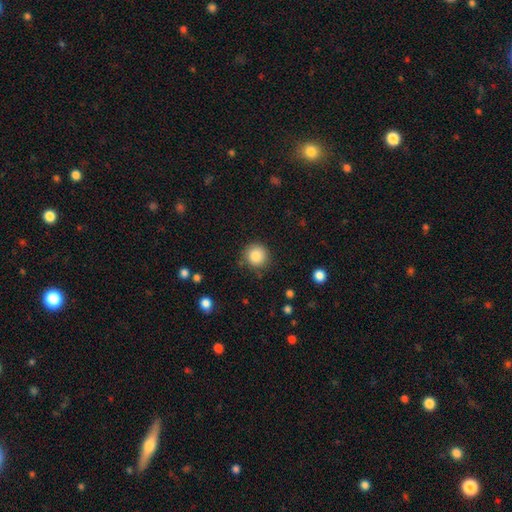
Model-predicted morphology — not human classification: Smooth or featured: smooth — 86% (star or artifact — 9%)
How rounded: round — 93% (in between — 6%)
Merging: none — 85% (minor disturbance — 10%)